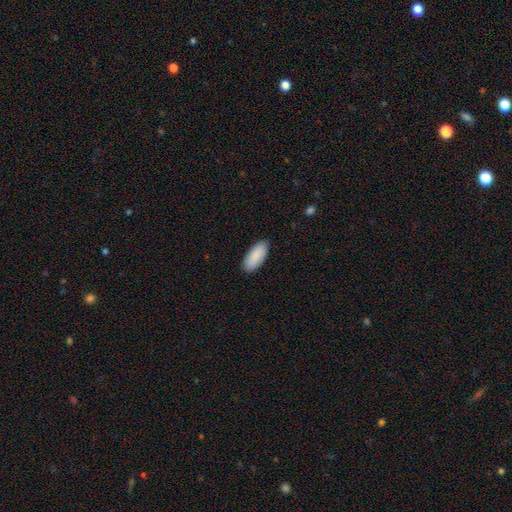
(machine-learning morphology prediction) type=smooth (90%); roundness=in between (88%); merging=none (88%).